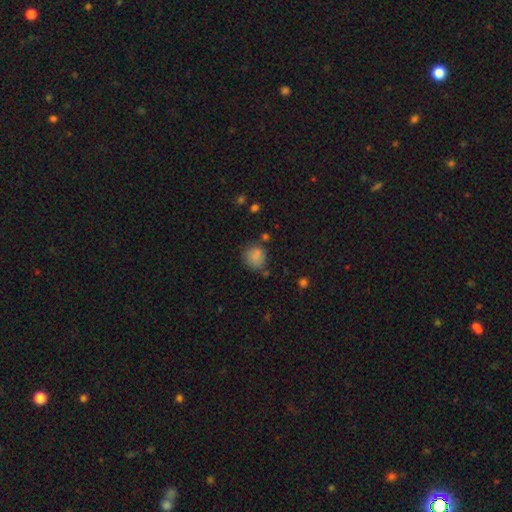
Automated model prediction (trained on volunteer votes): Morphology: type=smooth (83%); roundness=round (78%); merging=none (66%).